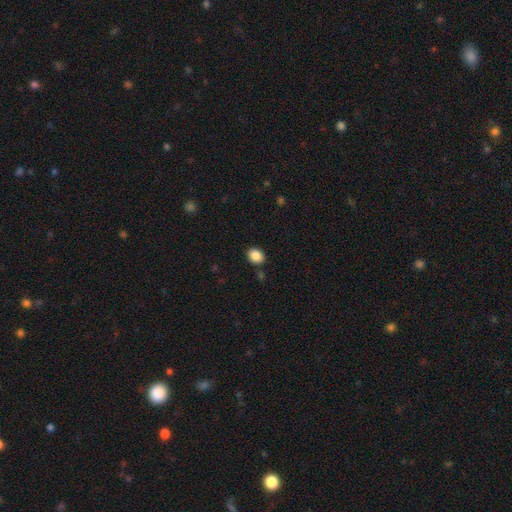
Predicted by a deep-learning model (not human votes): Q: Smooth or featured?
A: smooth (88%); runner-up: star or artifact (9%)
Q: How rounded?
A: in between (55%); runner-up: round (44%)
Q: Merging?
A: none (86%); runner-up: minor disturbance (8%)